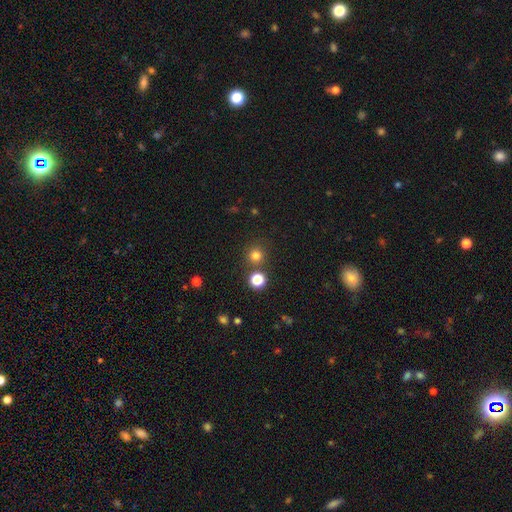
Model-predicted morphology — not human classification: The model was most divided on "smooth or featured": smooth: 77%, star or artifact: 18%, featured or disk: 5%. More confident: how rounded — round (94%); merging — none (82%).